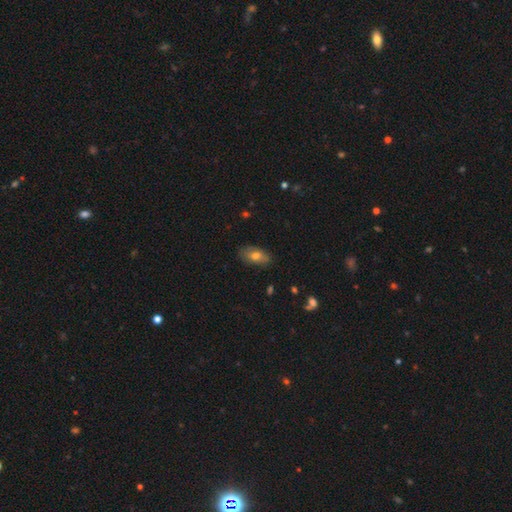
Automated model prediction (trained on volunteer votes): smooth-or-featured: smooth: 71% | featured or disk: 21% | star or artifact: 8%
  how-rounded: in between: 90% | round: 5% | cigar-shaped: 5%
  merging: none: 80% | minor disturbance: 16% | major disturbance: 3% | merger: 1%